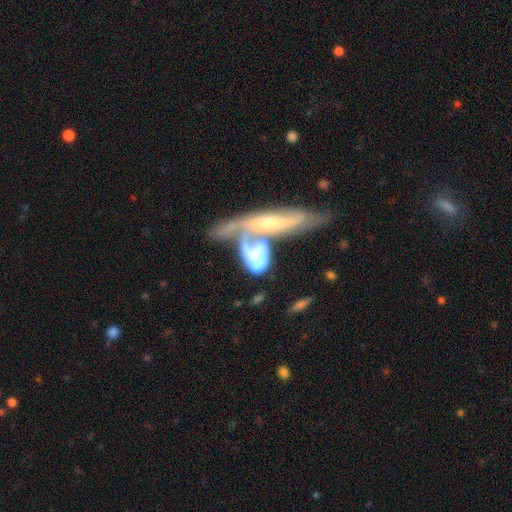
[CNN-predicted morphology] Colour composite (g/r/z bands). It shows a featured or disk galaxy (61%) with no bar (67%), spiral arms (59%) and no central bulge (32%). Merging: merger (71%).